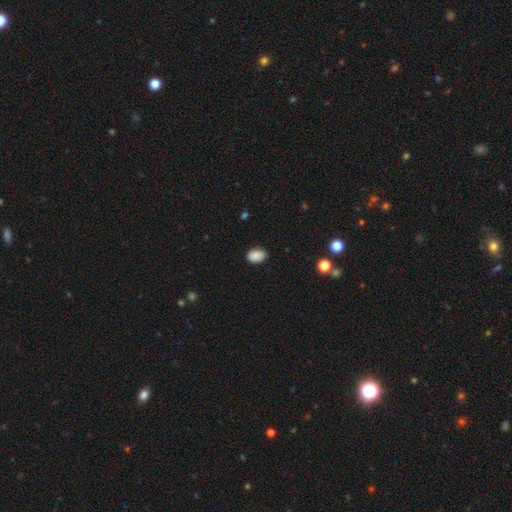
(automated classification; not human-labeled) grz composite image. It shows a smooth galaxy with no disk features (84%) that is in between round and cigar-shaped (78%). Merging: none (74%).